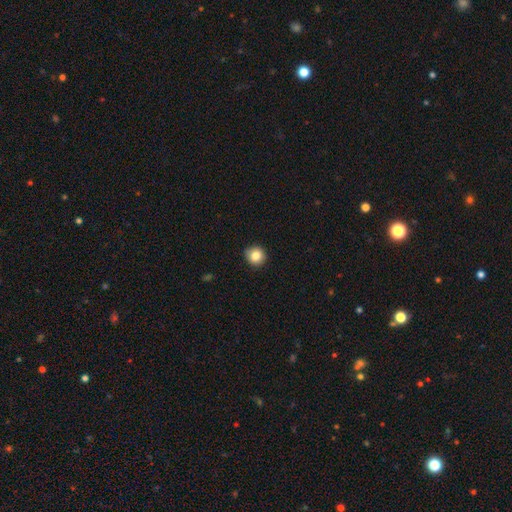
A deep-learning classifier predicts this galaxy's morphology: Smooth or featured: smooth — 83% (star or artifact — 10%)
How rounded: round — 92% (in between — 7%)
Merging: none — 88% (minor disturbance — 9%)